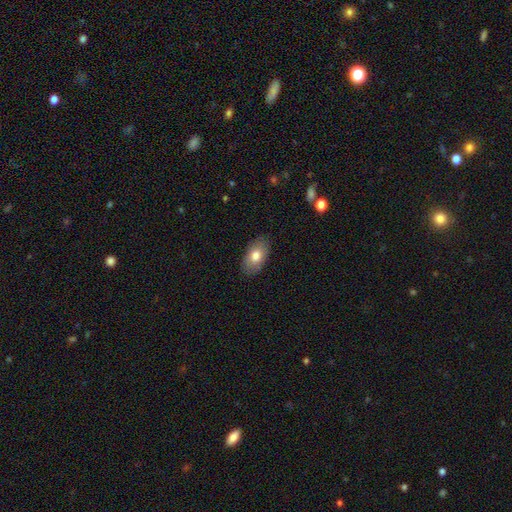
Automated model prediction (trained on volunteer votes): A smooth galaxy with no disk features (77%) that is in between round and cigar-shaped (92%).

Vote fractions:
- Smooth or featured? smooth: 77% / featured or disk: 16% / star or artifact: 7%
- How rounded? in between: 92% / round: 6% / cigar-shaped: 2%
- Merging? none: 86% / minor disturbance: 11% / major disturbance: 2% / merger: 1%